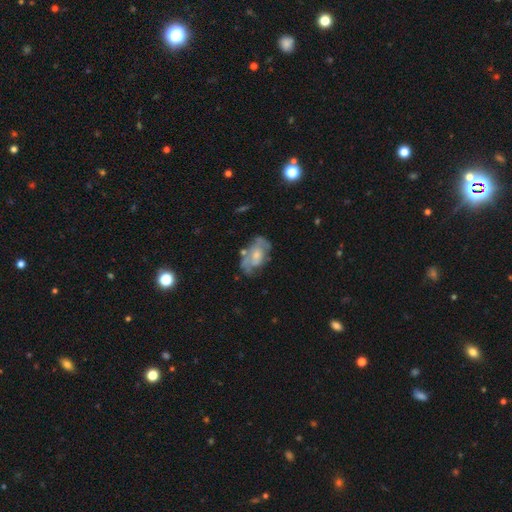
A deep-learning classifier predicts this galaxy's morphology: The model was most divided on "bulge size": moderate: 44%, small: 37%, none: 10%, large: 8%, dominant: 2%. Remaining: edge-on disk — no (95%); bar — no (74%); smooth or featured — featured or disk (63%); spiral arms — yes (56%); merging — none (48%).